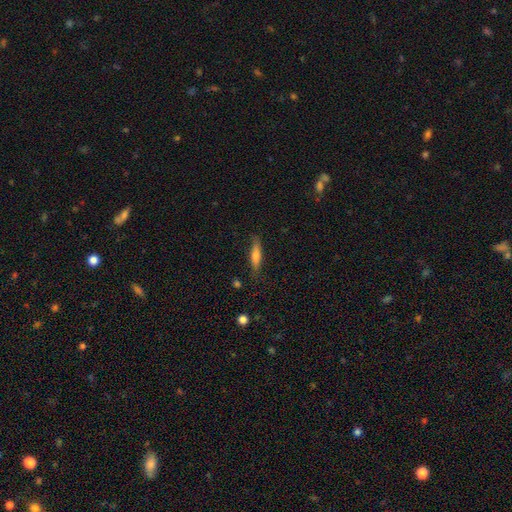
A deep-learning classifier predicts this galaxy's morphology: This is likely a smooth galaxy (61%). How rounded: likely cigar-shaped (79%). Merging: likely none (80%).